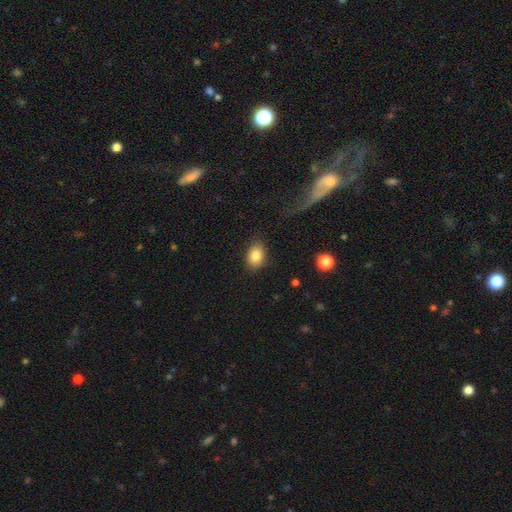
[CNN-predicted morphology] smooth_or_featured: smooth (p=0.86) [alt: star or artifact p=0.08]
how_rounded: in between (p=0.75) [alt: round p=0.23]
merging: none (p=0.81) [alt: minor disturbance p=0.14]